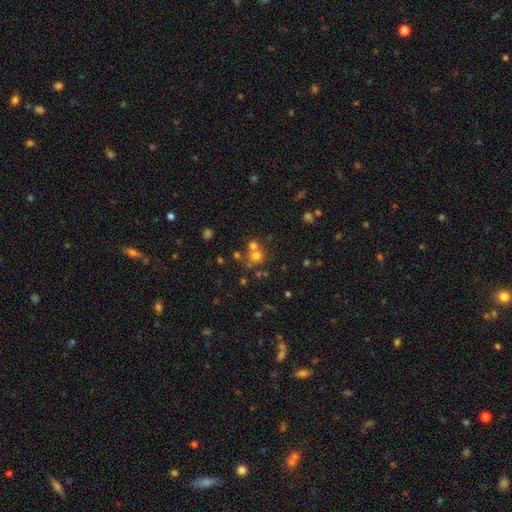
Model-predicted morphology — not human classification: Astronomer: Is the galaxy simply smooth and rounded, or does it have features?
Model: smooth — 65%.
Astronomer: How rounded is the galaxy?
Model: round — 86%.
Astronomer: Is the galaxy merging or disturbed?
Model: none — 50% (runner-up: merger, 39%).